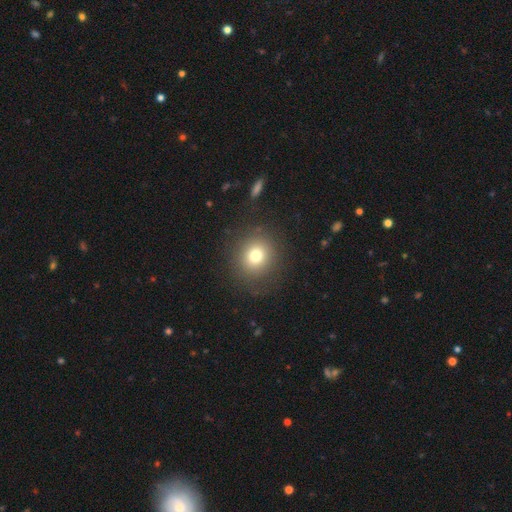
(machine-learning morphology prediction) This appears to be a smooth galaxy with no disk features (76%) that is round (85%). Merging: none (86%).